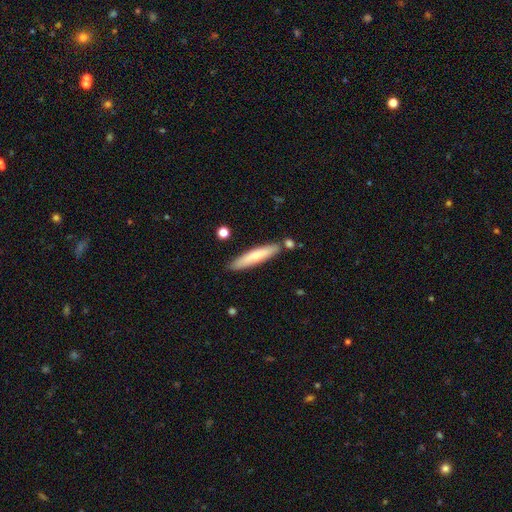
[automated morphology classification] Overall: smooth (66%; featured or disk 29%). How rounded: cigar-shaped (89%). Merging: none (82%).